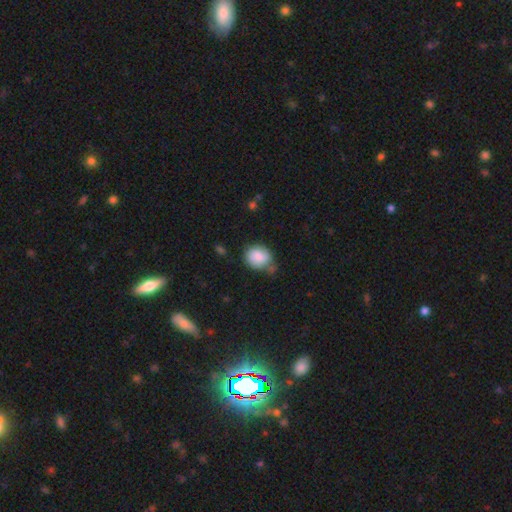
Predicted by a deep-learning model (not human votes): Overall: smooth (85%). How rounded: round (59%; in between 40%). Merging: none (55%; minor disturbance 28%).